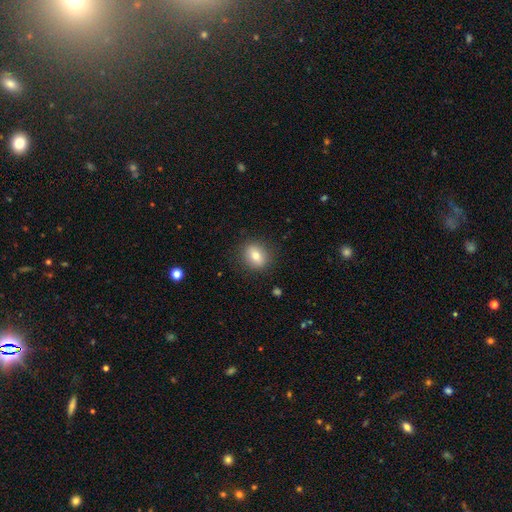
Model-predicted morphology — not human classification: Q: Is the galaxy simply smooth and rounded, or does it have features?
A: smooth — 77%.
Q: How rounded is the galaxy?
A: round — 51%.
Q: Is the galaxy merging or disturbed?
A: none — 87%.